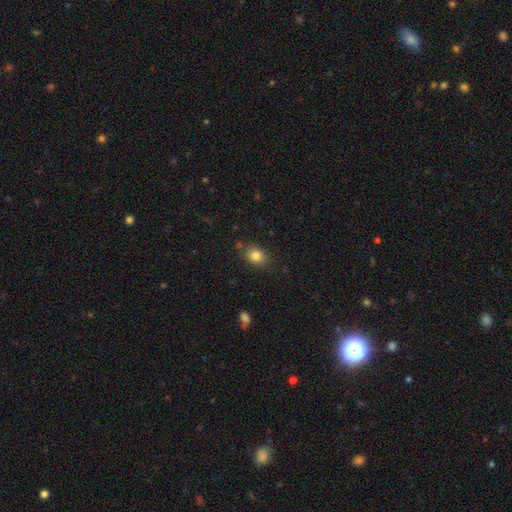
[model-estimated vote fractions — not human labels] smooth 82%, star or artifact 10%, featured or disk 7%. Down the decision tree: how rounded — in between (58%); merging — none (81%).